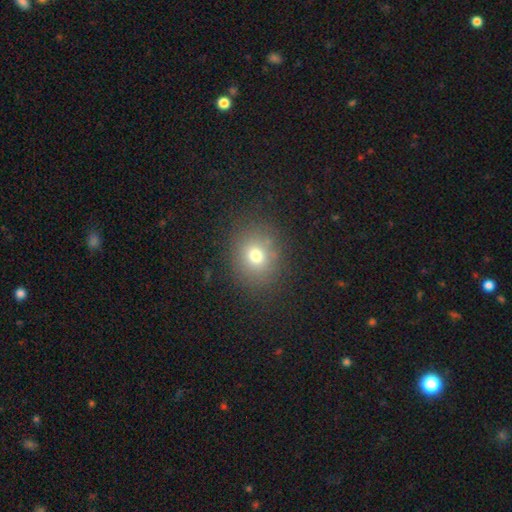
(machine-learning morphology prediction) smooth 72%, star or artifact 16%, featured or disk 12%. Down the decision tree: how rounded — round (67%); merging — none (82%).